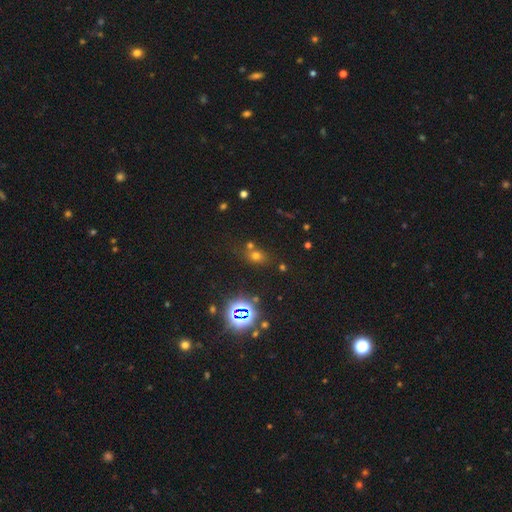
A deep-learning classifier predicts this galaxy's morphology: smooth_or_featured: smooth (p=0.51) [alt: star or artifact p=0.40]
how_rounded: round (p=0.63) [alt: in between p=0.35]
merging: none (p=0.63) [alt: merger p=0.21]